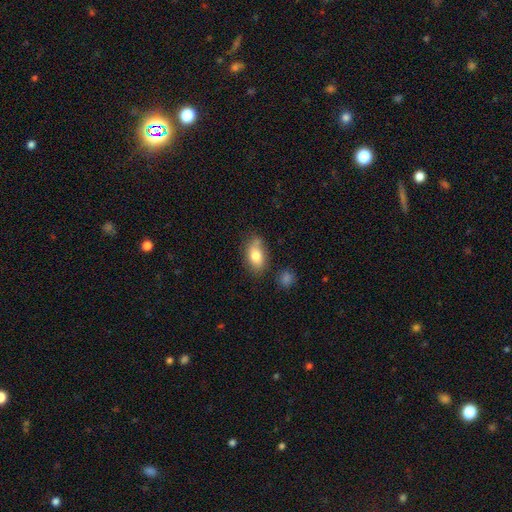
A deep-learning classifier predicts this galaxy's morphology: Smooth or featured? Predicted: smooth (p=0.79). How rounded? Predicted: in between (p=0.89). Merging? Predicted: none (p=0.65).